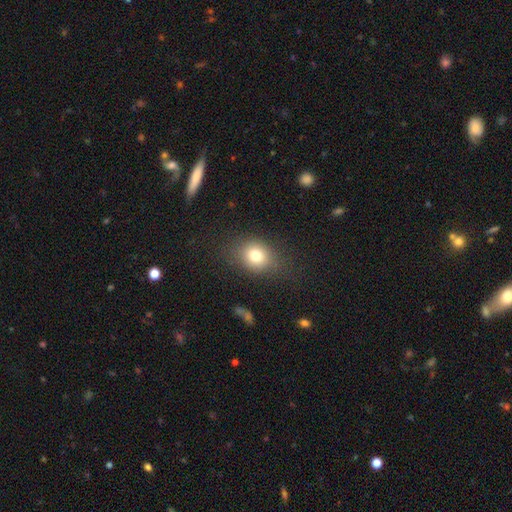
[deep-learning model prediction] Smooth or featured?
  - smooth: 77% *
  - star or artifact: 12%
  - featured or disk: 11%
How rounded?
  - round: 53% *
  - in between: 46%
  - cigar-shaped: 1%
Merging?
  - none: 76% *
  - minor disturbance: 15%
  - major disturbance: 7%
  - merger: 2%